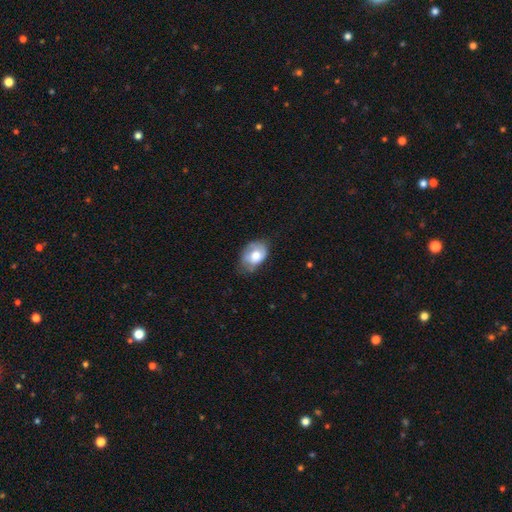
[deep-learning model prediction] Smooth or featured?
  - smooth: 58% *
  - featured or disk: 34%
  - star or artifact: 7%
How rounded?
  - in between: 82% *
  - round: 17%
  - cigar-shaped: 1%
Merging?
  - none: 46% *
  - minor disturbance: 37%
  - major disturbance: 15%
  - merger: 2%